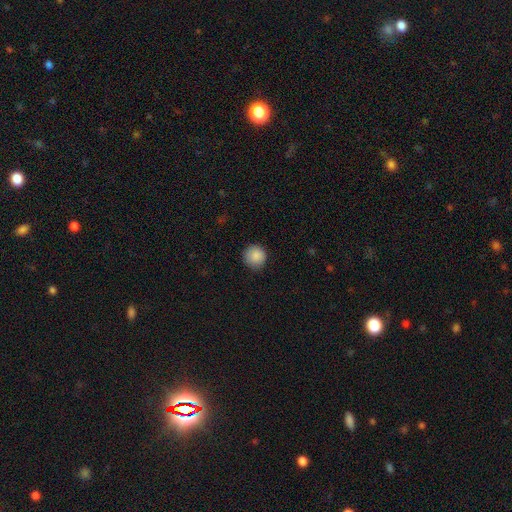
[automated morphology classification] A smooth galaxy with no disk features (88%) that is round (94%). Merging: none (87%).